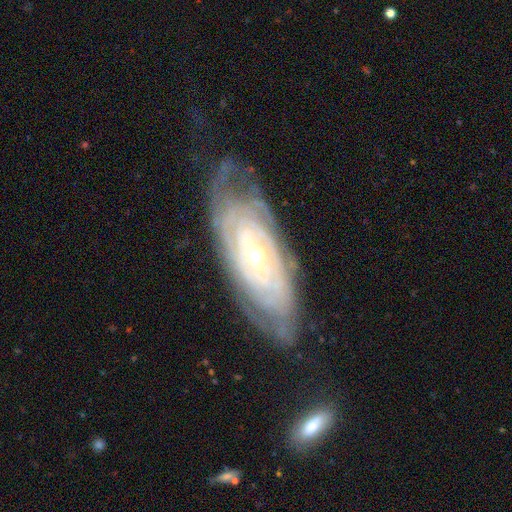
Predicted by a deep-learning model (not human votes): Smooth or featured? featured or disk (88%)
Edge-on disk? no (90%)
Bar? no (49%)
Spiral arms? yes (94%)
Spiral winding? tight (81%)
Spiral arm count? can't tell (46%)
Bulge size? moderate (58%)
Merging? none (68%)